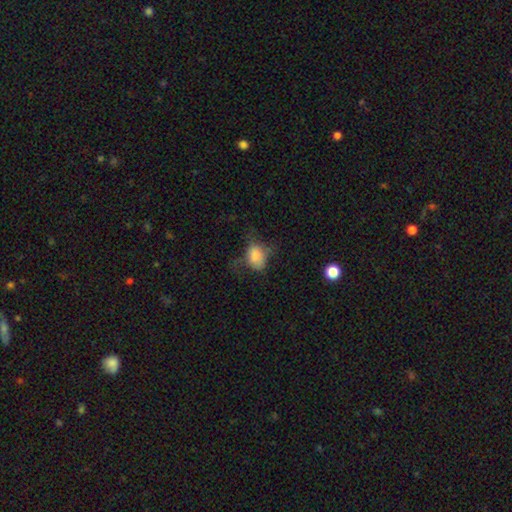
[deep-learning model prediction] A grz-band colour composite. It shows a smooth galaxy with no disk features (74%) that is in between round and cigar-shaped (73%). Merging: major disturbance (38%).